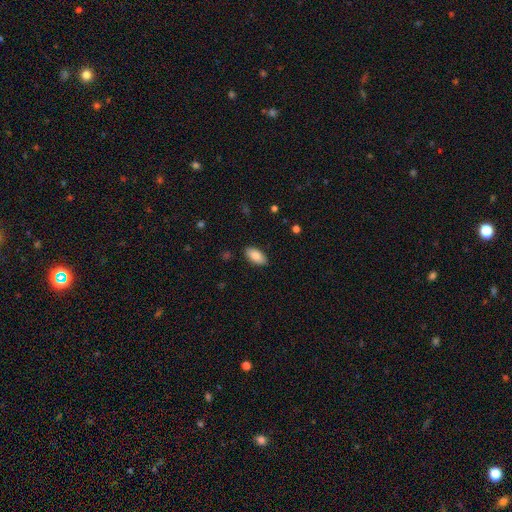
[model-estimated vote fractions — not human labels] A smooth galaxy with no disk features (85%) that is in between round and cigar-shaped (92%).

Vote fractions:
- Smooth or featured? smooth: 85% / featured or disk: 8% / star or artifact: 7%
- How rounded? in between: 92% / cigar-shaped: 5% / round: 2%
- Merging? none: 88% / minor disturbance: 9% / major disturbance: 2% / merger: 1%